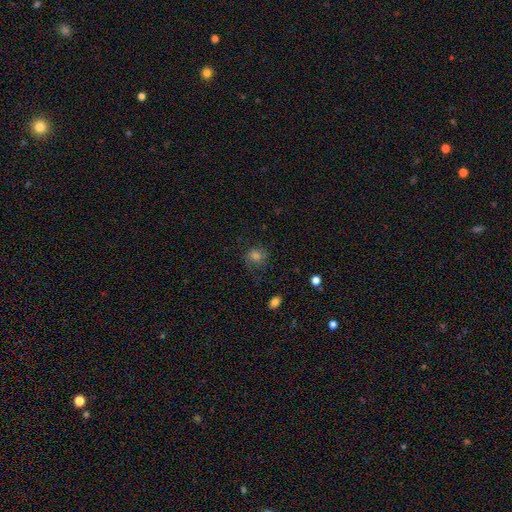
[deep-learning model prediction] Smooth or featured?
  - smooth: 55% *
  - featured or disk: 25%
  - star or artifact: 20%
How rounded?
  - round: 72% *
  - in between: 27%
  - cigar-shaped: 1%
Merging?
  - none: 67% *
  - minor disturbance: 19%
  - major disturbance: 12%
  - merger: 1%